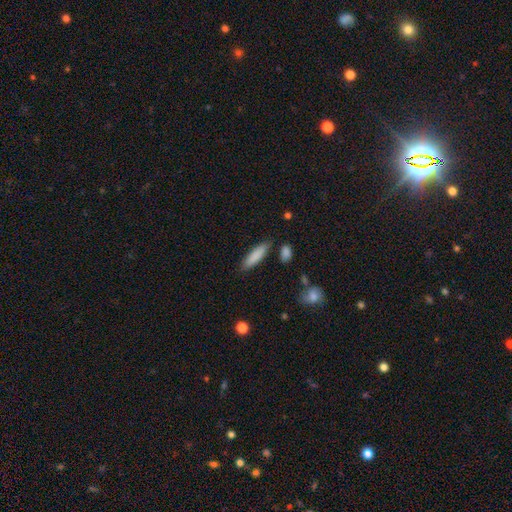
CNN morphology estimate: A smooth galaxy with no disk features (85%) that is cigar-shaped (67%). Merging: none (83%).